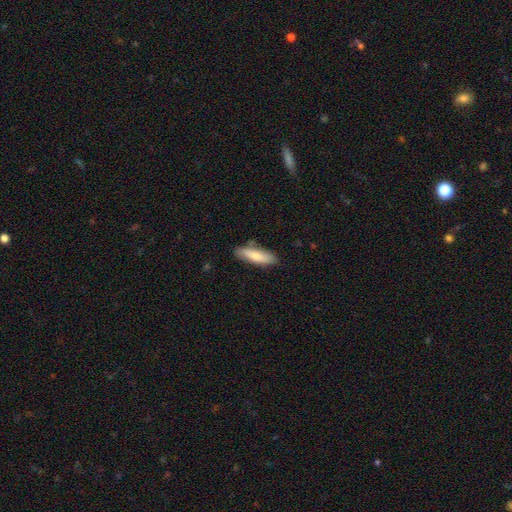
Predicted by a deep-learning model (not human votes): Q: Smooth or featured?
A: smooth (74%); runner-up: featured or disk (21%)
Q: How rounded?
A: cigar-shaped (56%); runner-up: in between (42%)
Q: Merging?
A: none (81%); runner-up: minor disturbance (14%)